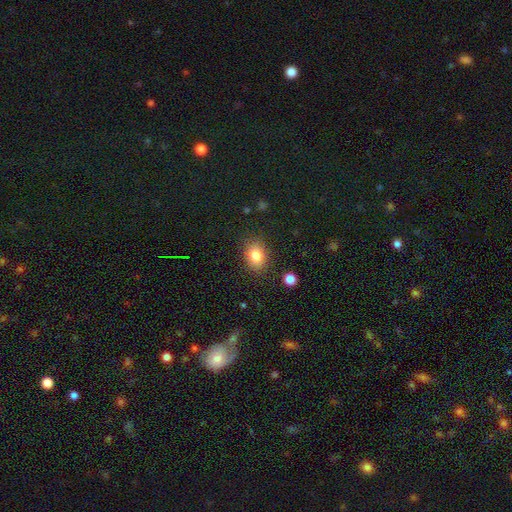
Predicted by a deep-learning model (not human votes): The model was most divided on "how rounded": in between: 62%, round: 37%, cigar-shaped: 1%. More confident: merging — none (85%); smooth or featured — smooth (82%).